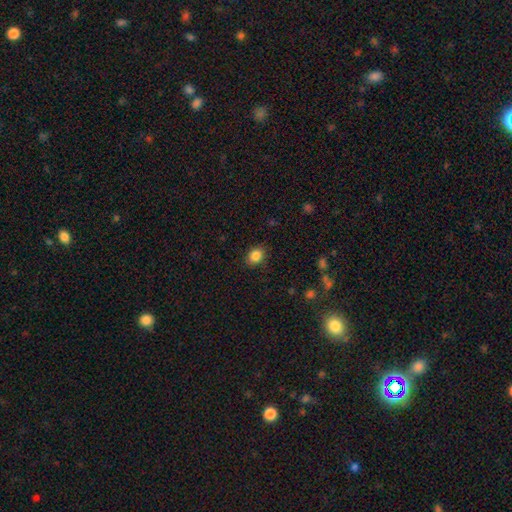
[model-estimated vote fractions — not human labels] Smooth or featured? Predicted: smooth (p=0.86). How rounded? Predicted: round (p=0.52). Merging? Predicted: none (p=0.87).